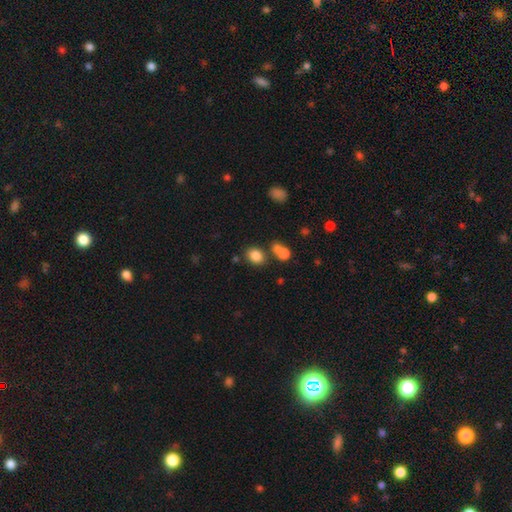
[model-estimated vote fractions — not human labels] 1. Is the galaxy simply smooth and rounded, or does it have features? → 83% smooth, 11% star or artifact, 6% featured or disk.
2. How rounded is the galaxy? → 50% in between, 49% round, 1% cigar-shaped.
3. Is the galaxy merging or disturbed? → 69% none, 15% merger, 12% minor disturbance, 4% major disturbance.